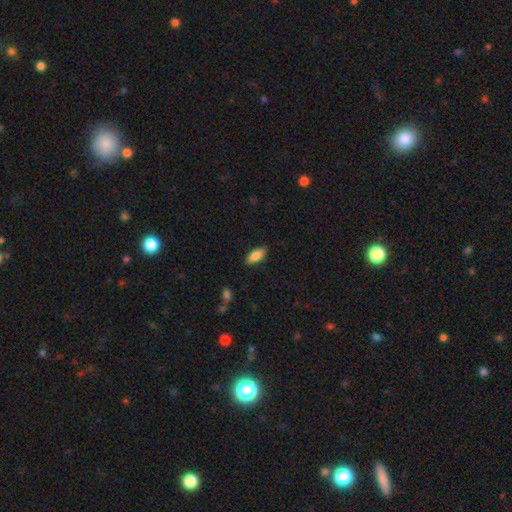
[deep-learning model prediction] Smooth or featured? Predicted: smooth (p=0.83). How rounded? Predicted: in between (p=0.76). Merging? Predicted: none (p=0.86).